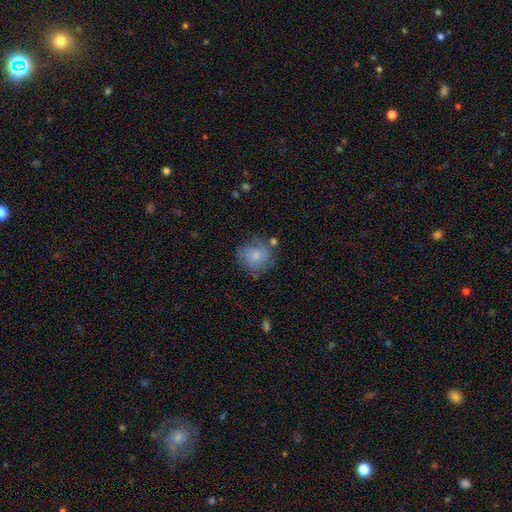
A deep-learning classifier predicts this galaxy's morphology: Overall: smooth (74%). How rounded: round (82%). Merging: none (63%).